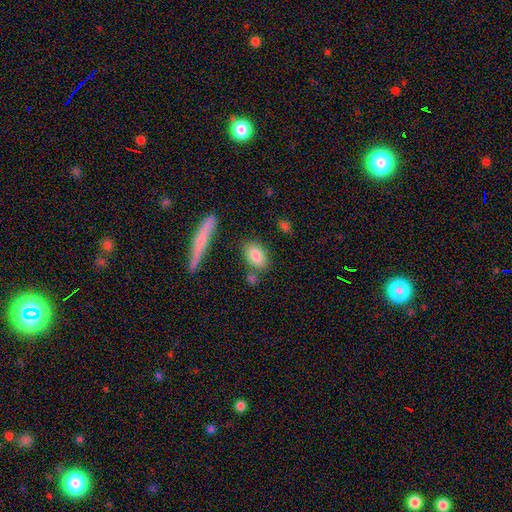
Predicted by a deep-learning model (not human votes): A smooth galaxy with no disk features (83%) that is in between round and cigar-shaped (85%). Merging: none (75%).